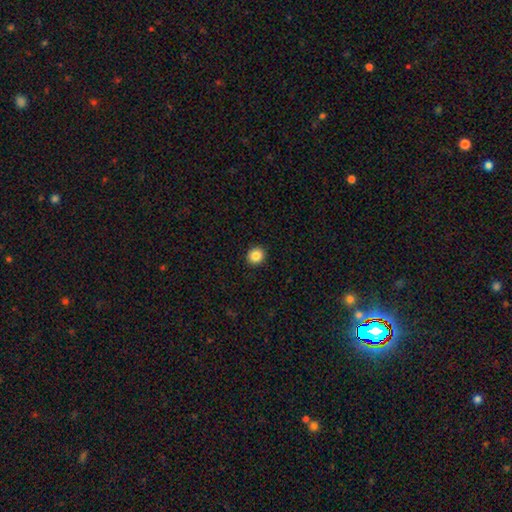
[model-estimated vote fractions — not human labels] This appears to be a smooth galaxy with no disk features (86%) that is round (87%). Merging: none (93%).